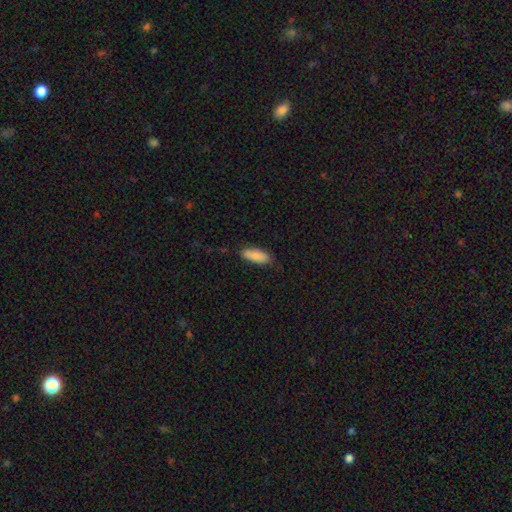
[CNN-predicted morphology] Smooth or featured? Predicted: smooth (p=0.87). How rounded? Predicted: in between (p=0.72). Merging? Predicted: none (p=0.83).